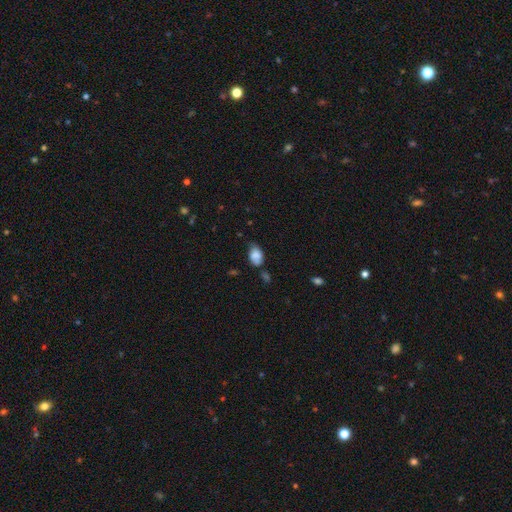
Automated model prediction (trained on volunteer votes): This is likely a smooth galaxy (77%). How rounded: clearly in between (88%). Merging: possibly none (49%).